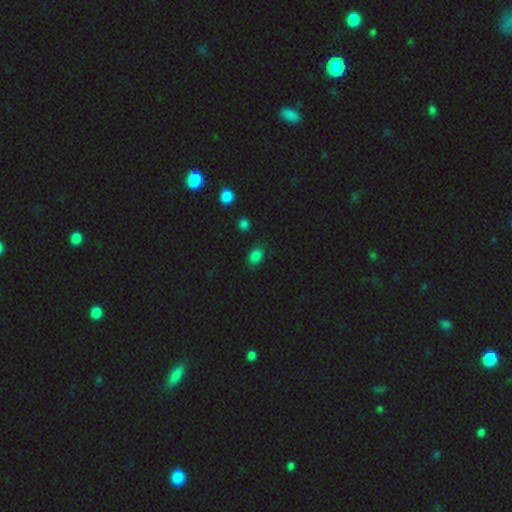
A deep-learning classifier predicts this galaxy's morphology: smooth 81%, star or artifact 14%, featured or disk 5%. Down the decision tree: how rounded — in between (71%); merging — none (79%).